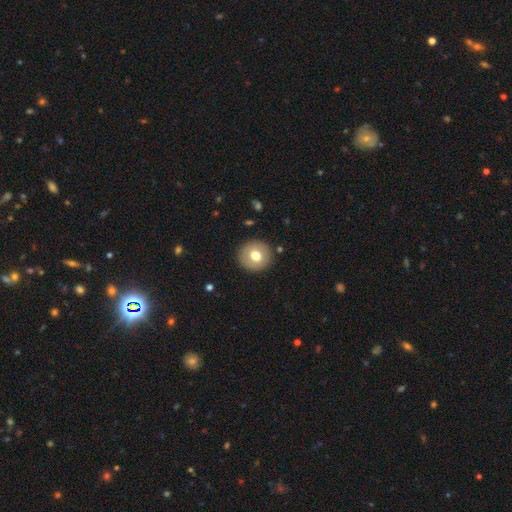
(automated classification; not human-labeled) Smooth or featured? Predicted: smooth (p=0.71). How rounded? Predicted: round (p=0.93). Merging? Predicted: none (p=0.90).